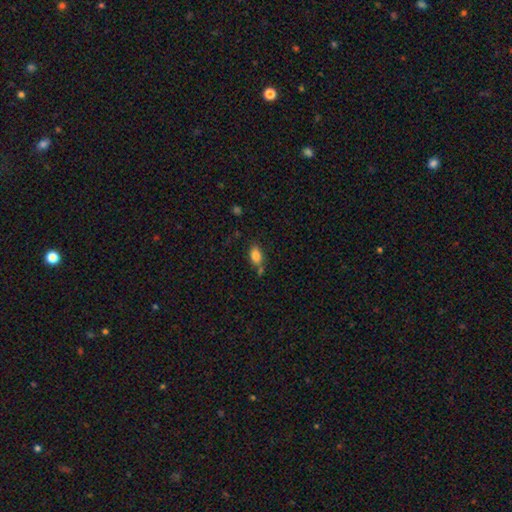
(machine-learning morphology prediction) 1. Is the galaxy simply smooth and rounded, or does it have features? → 82% smooth, 9% featured or disk, 9% star or artifact.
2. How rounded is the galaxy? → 87% in between, 9% round, 4% cigar-shaped.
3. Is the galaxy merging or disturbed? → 61% none, 17% minor disturbance, 17% merger, 5% major disturbance.